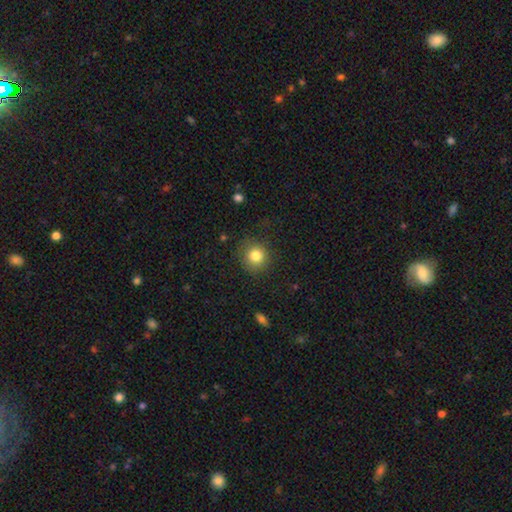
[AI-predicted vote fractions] Morphology: type=smooth (82%); roundness=round (90%); merging=none (84%).